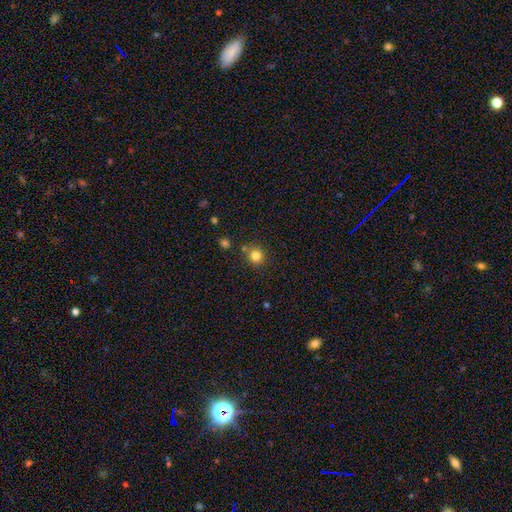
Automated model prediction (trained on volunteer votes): smooth_or_featured: smooth (p=0.81) [alt: star or artifact p=0.13]
how_rounded: round (p=0.89) [alt: in between p=0.10]
merging: none (p=0.80) [alt: minor disturbance p=0.09]